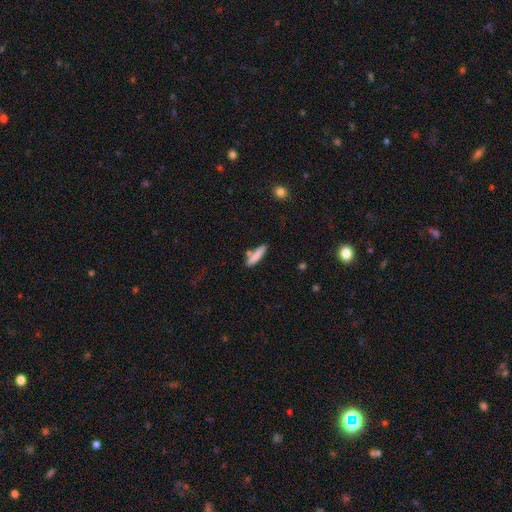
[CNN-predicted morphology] The model was most divided on "how rounded": cigar-shaped: 78%, in between: 20%, round: 2%. More confident: smooth or featured — smooth (82%); merging — none (73%).